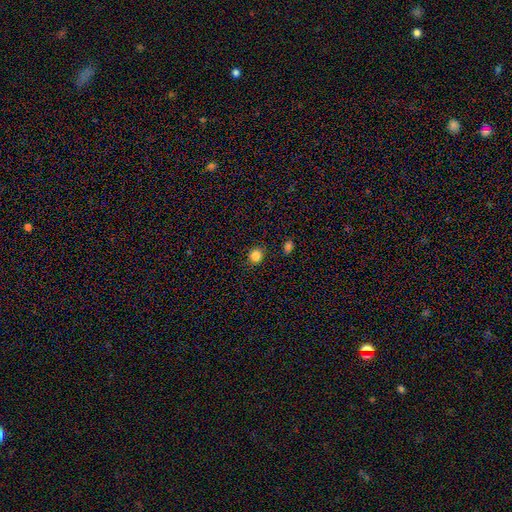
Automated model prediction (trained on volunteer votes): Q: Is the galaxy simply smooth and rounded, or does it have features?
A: smooth — 84%.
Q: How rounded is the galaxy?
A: round — 90%.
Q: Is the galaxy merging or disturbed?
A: none — 88%.